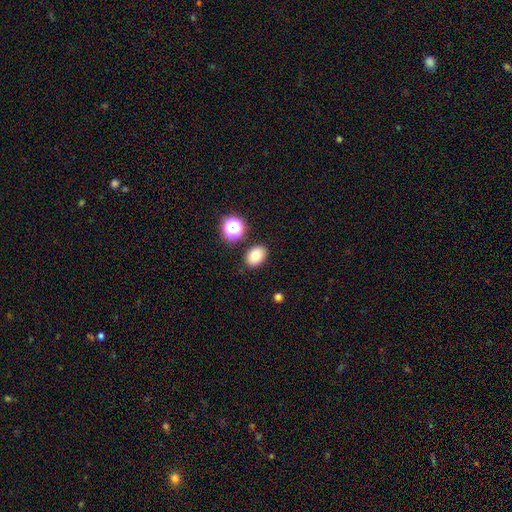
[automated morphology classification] Overall: smooth (80%). How rounded: in between (73%). Merging: none (85%).